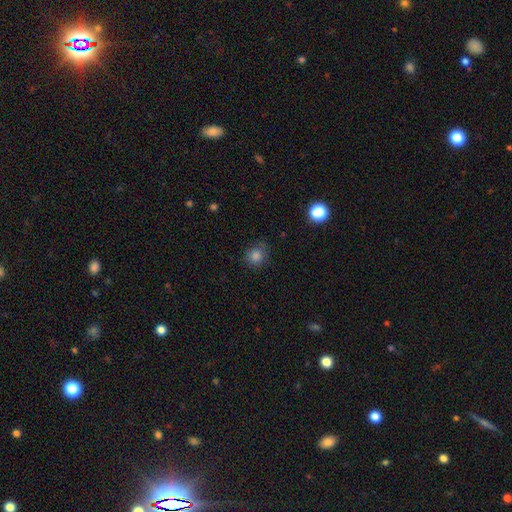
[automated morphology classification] Smooth or featured? Predicted: smooth (p=0.82). How rounded? Predicted: round (p=0.87). Merging? Predicted: none (p=0.78).